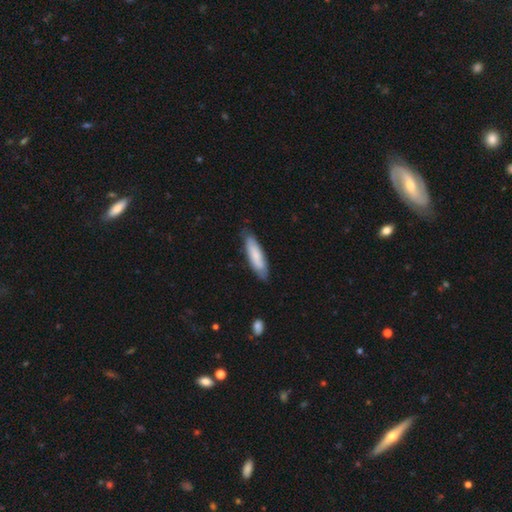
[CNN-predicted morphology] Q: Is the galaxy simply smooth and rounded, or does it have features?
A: smooth — 71%.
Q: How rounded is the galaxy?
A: cigar-shaped — 62%.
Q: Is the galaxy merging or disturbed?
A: none — 76%.